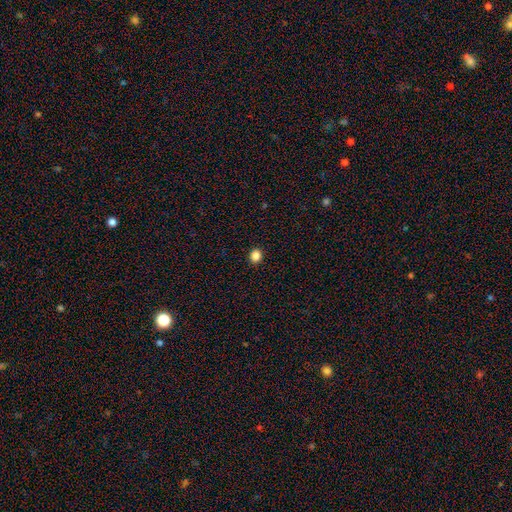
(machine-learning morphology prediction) The model was most divided on "how rounded": round: 80%, in between: 19%, cigar-shaped: 1%. More confident: merging — none (93%); smooth or featured — smooth (85%).